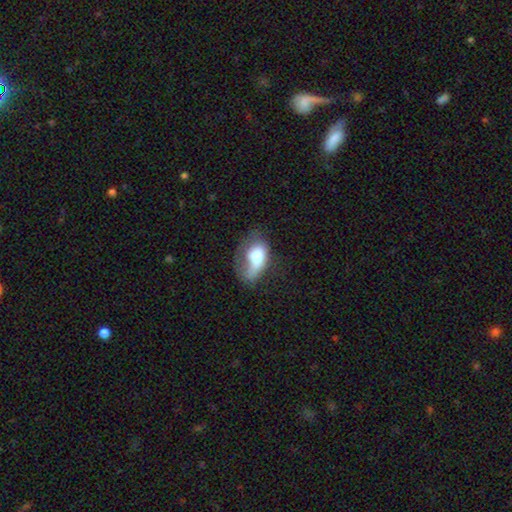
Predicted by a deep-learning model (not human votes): This appears to be a smooth galaxy with no disk features (61%) that is in between round and cigar-shaped (84%). Merging: major disturbance (41%).